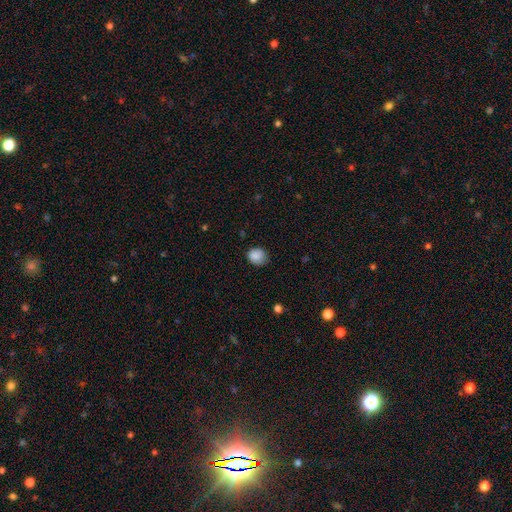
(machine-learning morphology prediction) Smooth or featured? smooth (86%)
How rounded? round (68%)
Merging? none (68%)